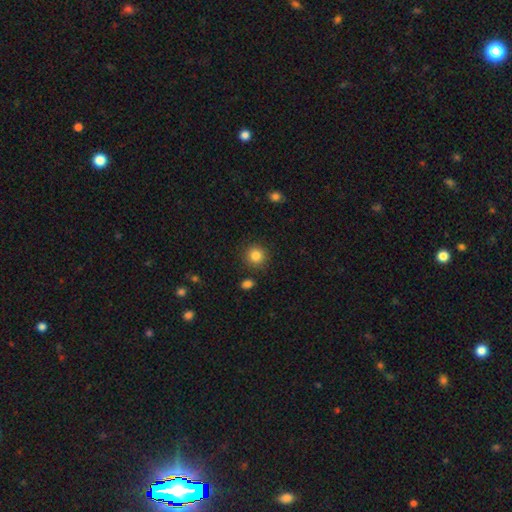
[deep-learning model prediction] Morphology: type=smooth (84%); roundness=round (92%); merging=none (88%).